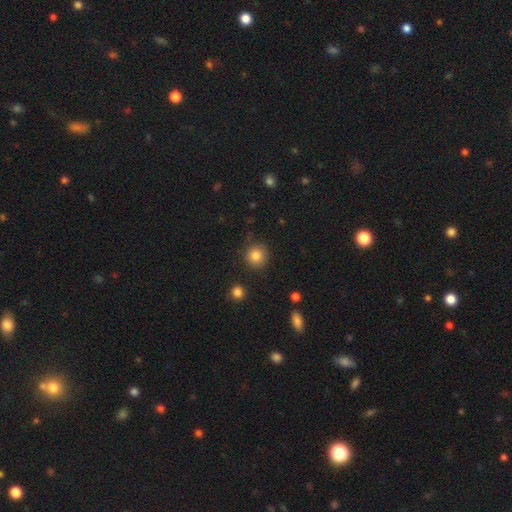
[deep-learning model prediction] smooth_or_featured: smooth (p=0.83) [alt: star or artifact p=0.11]
how_rounded: round (p=0.92) [alt: in between p=0.07]
merging: none (p=0.86) [alt: minor disturbance p=0.09]